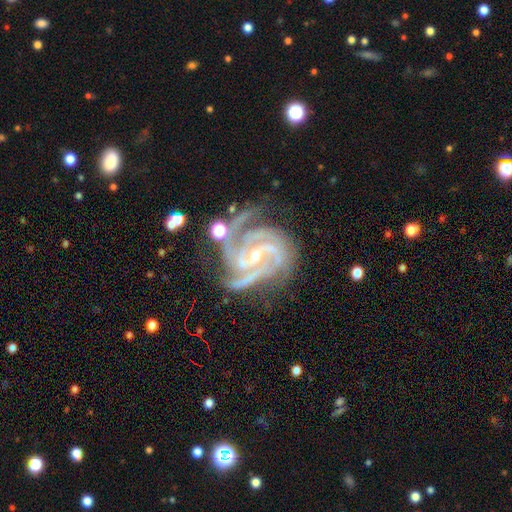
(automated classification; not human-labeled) Smooth or featured? featured or disk (93%)
Edge-on disk? no (98%)
Bar? weak (37%)
Spiral arms? yes (99%)
Spiral winding? tight (59%)
Spiral arm count? 3 (50%)
Bulge size? small (66%)
Merging? none (58%)